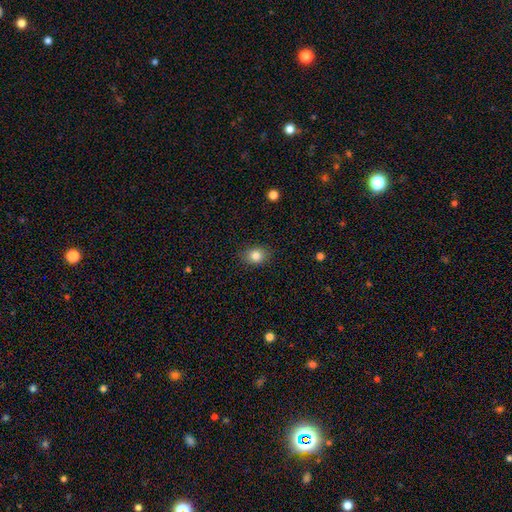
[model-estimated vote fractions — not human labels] Smooth or featured: smooth — 84% (star or artifact — 10%)
How rounded: in between — 58% (round — 41%)
Merging: none — 87% (minor disturbance — 10%)